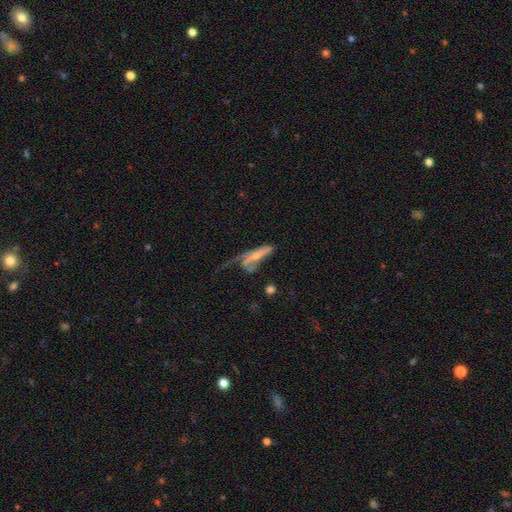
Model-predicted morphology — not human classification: Smooth or featured? Predicted: featured or disk (p=0.53). Edge-on disk? Predicted: no (p=0.57). Merging? Predicted: major disturbance (p=0.47).